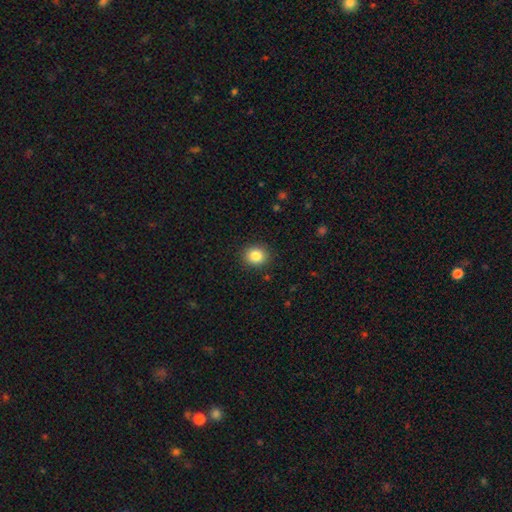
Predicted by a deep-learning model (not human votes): The model was most divided on "how rounded": round: 77%, in between: 22%, cigar-shaped: 1%. More confident: merging — none (90%); smooth or featured — smooth (85%).